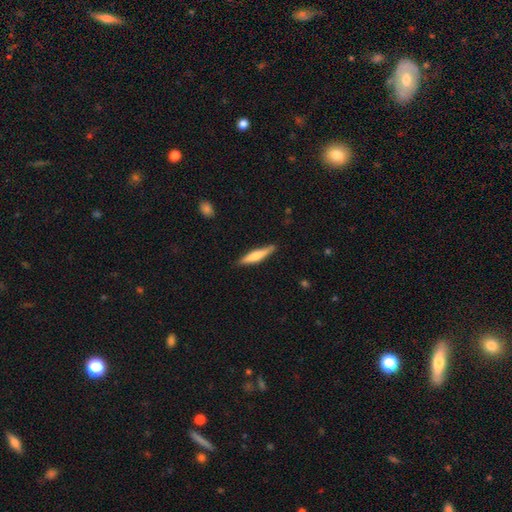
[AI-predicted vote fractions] A smooth galaxy with no disk features (58%) that is cigar-shaped (88%).

Vote fractions:
- Smooth or featured? smooth: 58% / featured or disk: 36% / star or artifact: 5%
- How rounded? cigar-shaped: 88% / in between: 11% / round: 1%
- Merging? none: 85% / minor disturbance: 12% / major disturbance: 2% / merger: 1%